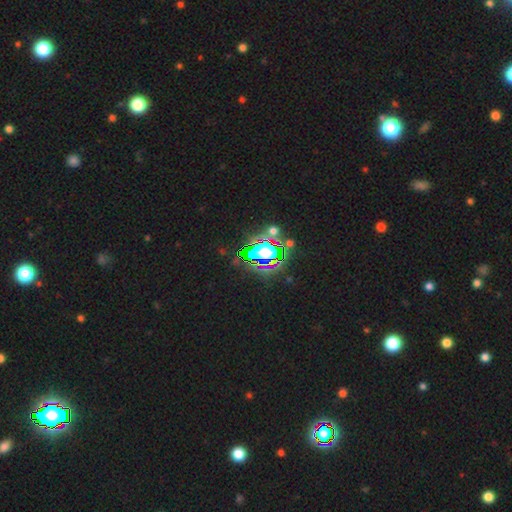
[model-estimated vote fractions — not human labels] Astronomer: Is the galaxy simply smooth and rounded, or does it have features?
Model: star or artifact — 82%.